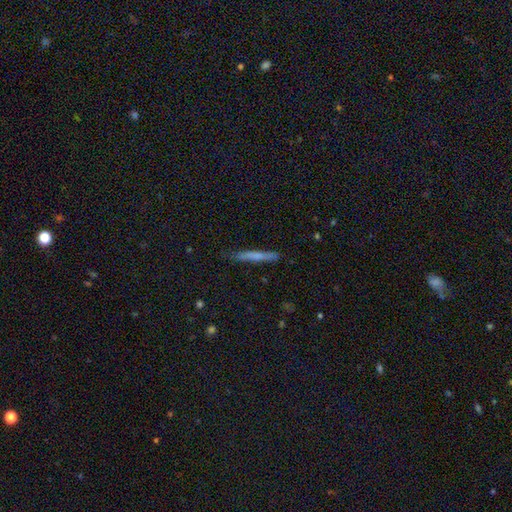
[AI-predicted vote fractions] Smooth or featured? smooth (60%)
How rounded? cigar-shaped (95%)
Merging? none (82%)